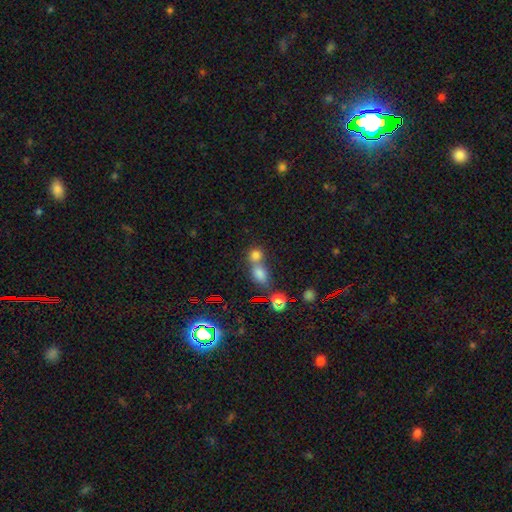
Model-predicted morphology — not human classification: A smooth galaxy with no disk features (72%) that is round (66%).

Vote fractions:
- Smooth or featured? smooth: 72% / star or artifact: 19% / featured or disk: 9%
- How rounded? round: 66% / in between: 32% / cigar-shaped: 3%
- Merging? merger: 52% / none: 39% / minor disturbance: 6% / major disturbance: 3%